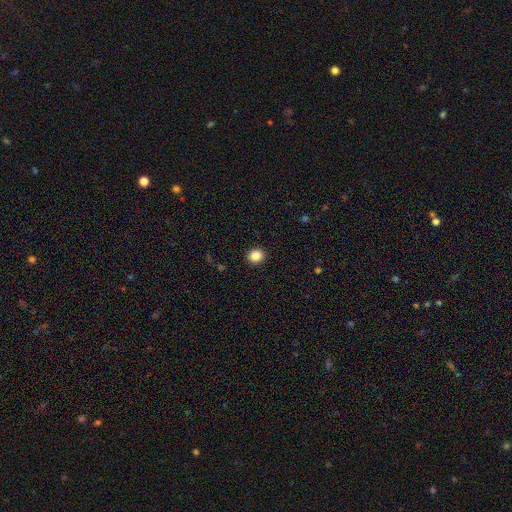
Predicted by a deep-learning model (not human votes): This is clearly a smooth galaxy (86%). How rounded: clearly round (81%). Merging: clearly none (92%).